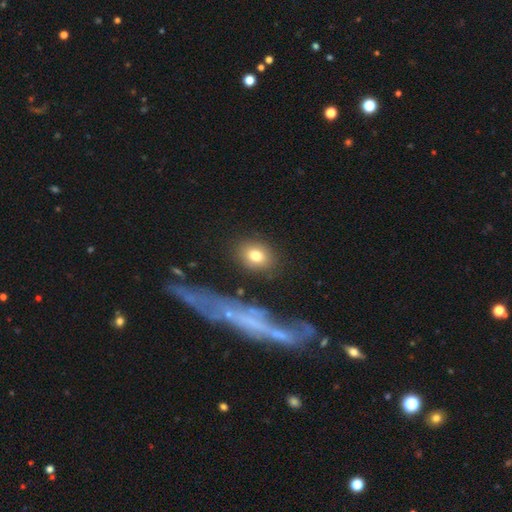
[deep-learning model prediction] smooth-or-featured: smooth: 78% | featured or disk: 12% | star or artifact: 10%
  how-rounded: round: 53% | in between: 45% | cigar-shaped: 2%
  merging: none: 83% | minor disturbance: 10% | merger: 4% | major disturbance: 3%